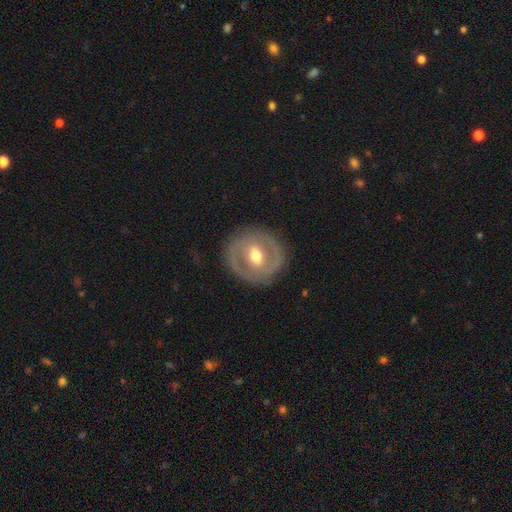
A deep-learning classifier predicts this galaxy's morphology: smooth-or-featured: featured or disk: 70% | smooth: 25% | star or artifact: 5%
  disk-edge-on: no: 95% | yes: 5%
    bar: weak: 45% | strong: 30% | no: 25%
    has-spiral-arms: yes: 50% (tied) | no: 50% (tied)
    bulge-size: moderate: 75% | small: 15% | large: 8% | dominant: 1% | none: 1%
  merging: none: 84% | minor disturbance: 10% | major disturbance: 4% | merger: 1%